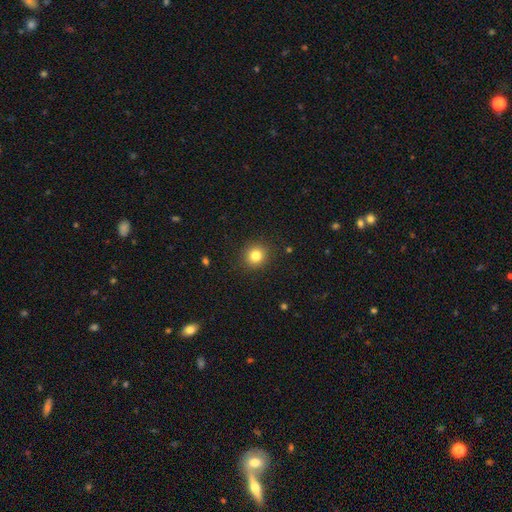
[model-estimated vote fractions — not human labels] Smooth or featured? Predicted: smooth (p=0.82). How rounded? Predicted: round (p=0.88). Merging? Predicted: none (p=0.90).